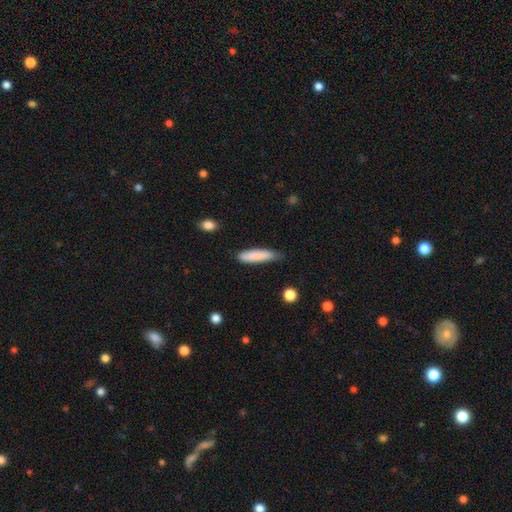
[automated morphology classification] A smooth galaxy with no disk features (84%) that is cigar-shaped (77%).

Vote fractions:
- Smooth or featured? smooth: 84% / featured or disk: 10% / star or artifact: 6%
- How rounded? cigar-shaped: 77% / in between: 22% / round: 1%
- Merging? none: 69% / minor disturbance: 25% / major disturbance: 4% / merger: 2%